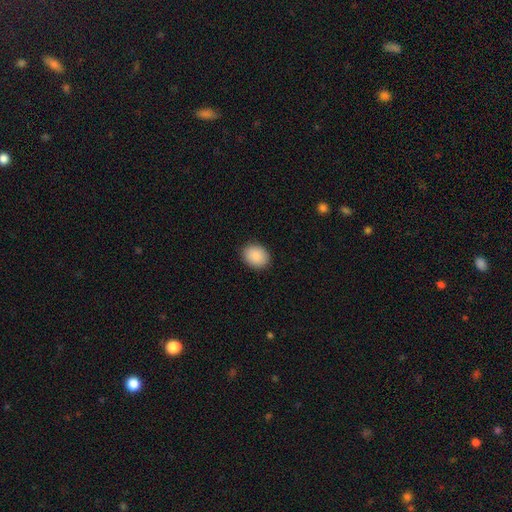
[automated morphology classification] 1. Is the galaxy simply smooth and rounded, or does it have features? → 89% smooth, 7% star or artifact, 4% featured or disk.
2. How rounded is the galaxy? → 52% in between, 47% round, 1% cigar-shaped.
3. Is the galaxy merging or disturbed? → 89% none, 8% minor disturbance, 2% major disturbance, 1% merger.